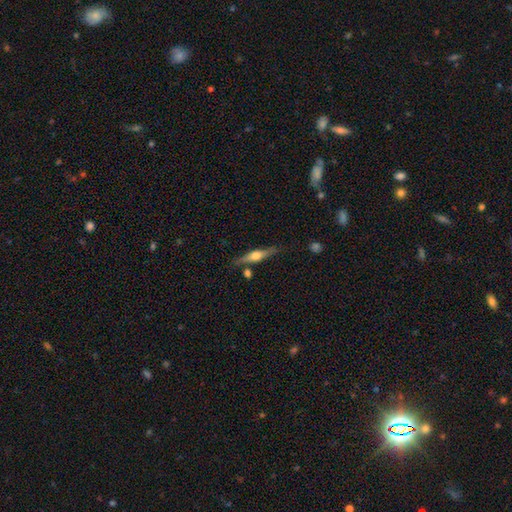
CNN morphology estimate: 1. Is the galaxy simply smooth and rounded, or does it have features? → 64% featured or disk, 30% smooth, 6% star or artifact.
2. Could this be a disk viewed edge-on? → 95% yes, 5% no.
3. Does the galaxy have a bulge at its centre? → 91% rounded, 6% boxy, 3% none.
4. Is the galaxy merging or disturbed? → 78% none, 12% minor disturbance, 7% merger, 3% major disturbance.